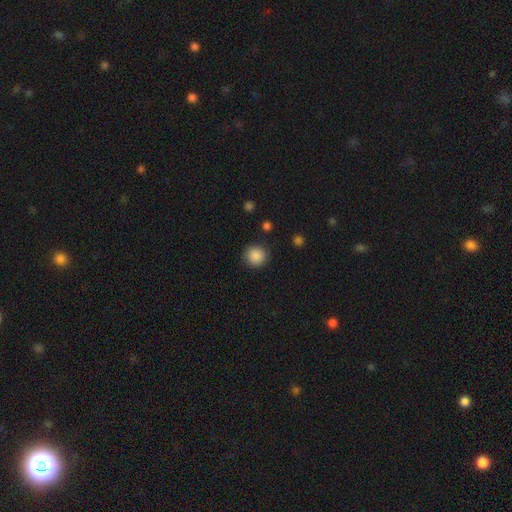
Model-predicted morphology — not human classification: Q: Smooth or featured?
A: smooth (88%); runner-up: star or artifact (9%)
Q: How rounded?
A: round (93%); runner-up: in between (6%)
Q: Merging?
A: none (89%); runner-up: minor disturbance (7%)